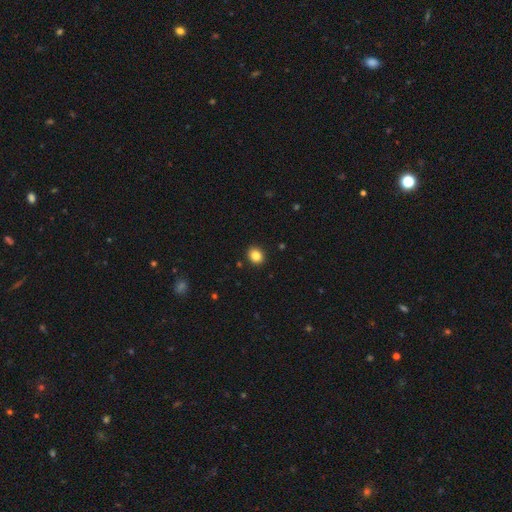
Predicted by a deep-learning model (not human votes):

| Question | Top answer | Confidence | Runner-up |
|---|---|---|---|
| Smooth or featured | smooth | 85% | star or artifact (10%) |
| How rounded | round | 61% | in between (38%) |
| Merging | none | 91% | minor disturbance (6%) |